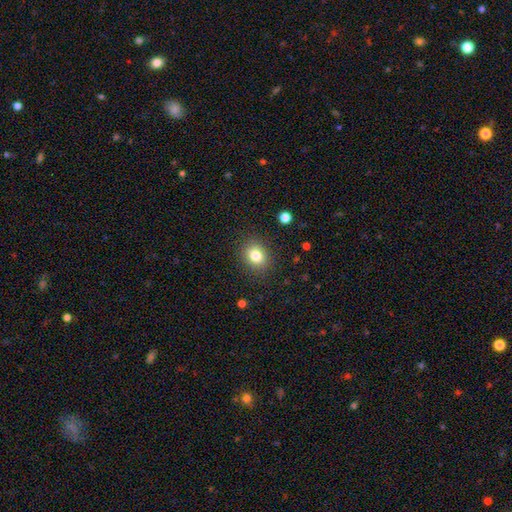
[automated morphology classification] Smooth or featured? smooth (81%)
How rounded? round (63%)
Merging? none (87%)